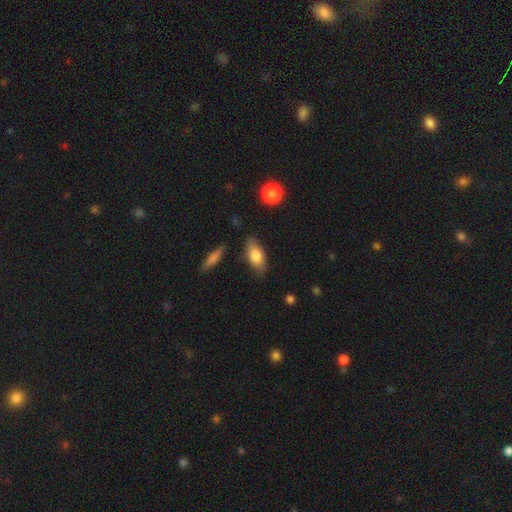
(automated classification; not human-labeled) smooth 77%, featured or disk 16%, star or artifact 7%. Down the decision tree: how rounded — in between (83%); merging — none (78%).